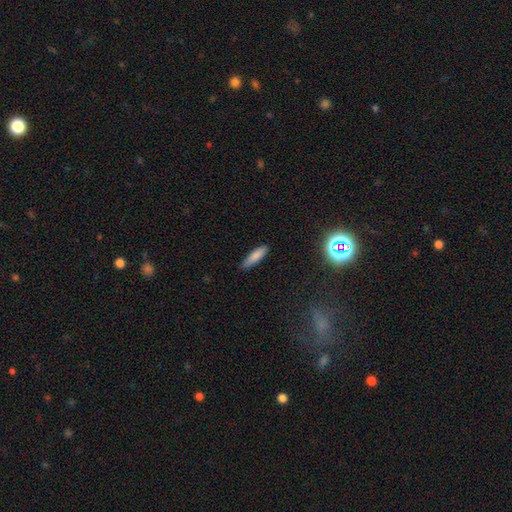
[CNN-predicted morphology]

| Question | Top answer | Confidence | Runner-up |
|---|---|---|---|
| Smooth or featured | smooth | 83% | featured or disk (9%) |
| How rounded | cigar-shaped | 68% | in between (31%) |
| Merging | none | 84% | minor disturbance (13%) |